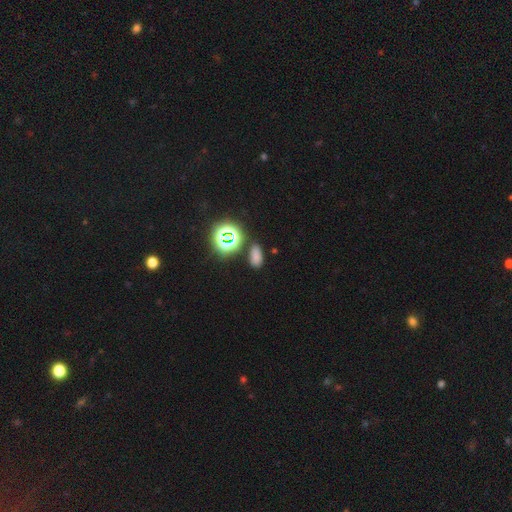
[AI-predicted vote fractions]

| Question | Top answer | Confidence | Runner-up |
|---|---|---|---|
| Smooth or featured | smooth | 65% | star or artifact (29%) |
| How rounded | in between | 85% | round (10%) |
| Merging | none | 77% | minor disturbance (13%) |